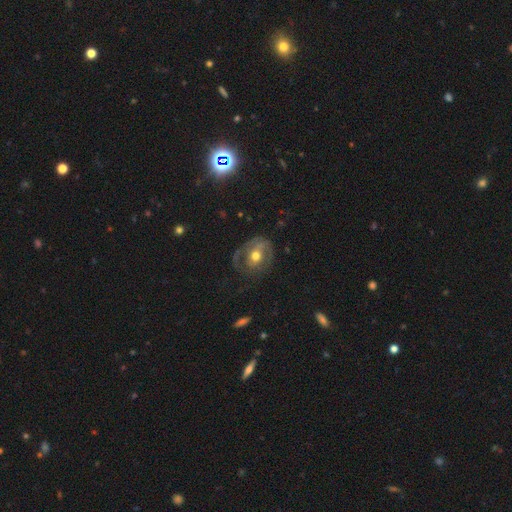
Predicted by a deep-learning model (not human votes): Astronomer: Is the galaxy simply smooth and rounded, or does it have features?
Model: featured or disk — 64%.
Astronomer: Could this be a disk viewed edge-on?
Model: no — 96%.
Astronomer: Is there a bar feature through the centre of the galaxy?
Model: no — 61%.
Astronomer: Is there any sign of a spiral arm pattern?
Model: yes — 65%.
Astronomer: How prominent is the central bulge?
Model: moderate — 77%.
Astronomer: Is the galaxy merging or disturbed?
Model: none — 58%.